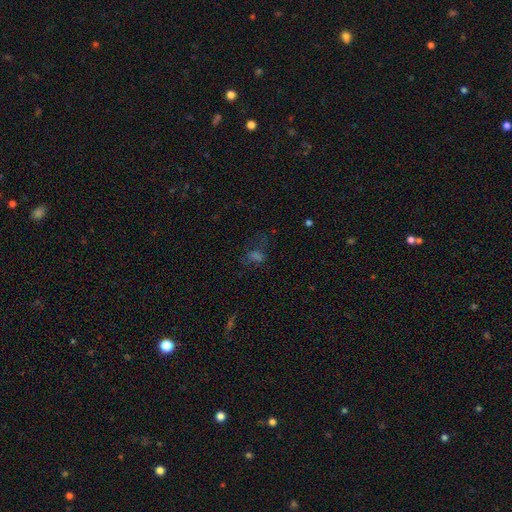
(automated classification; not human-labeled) Smooth or featured: star or artifact — 40% (smooth — 39%)